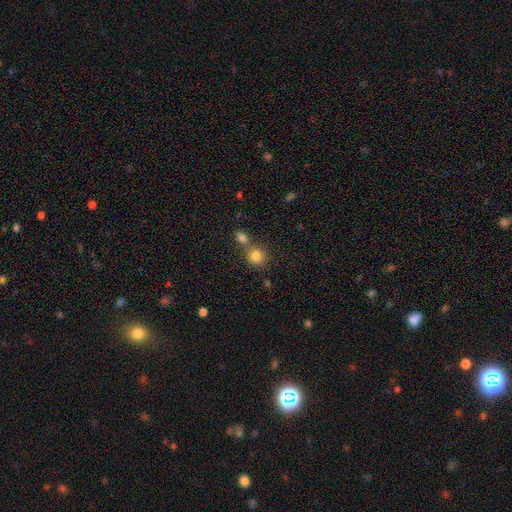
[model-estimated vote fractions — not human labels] smooth 83%, star or artifact 10%, featured or disk 7%. Down the decision tree: how rounded — round (82%); merging — none (54%).